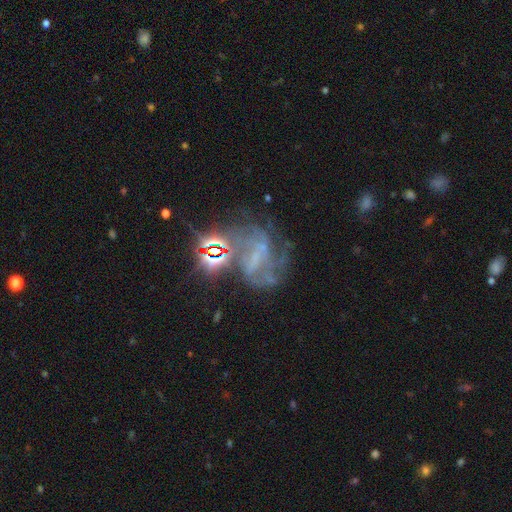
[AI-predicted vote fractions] This is possibly a featured or disk galaxy (58%). It is clearly not viewed edge-on (96%). Bar: marginally no (40%). Spiral arm pattern: likely yes (63%). Central bulge: possibly none (57%). Merging: marginally none (40%).